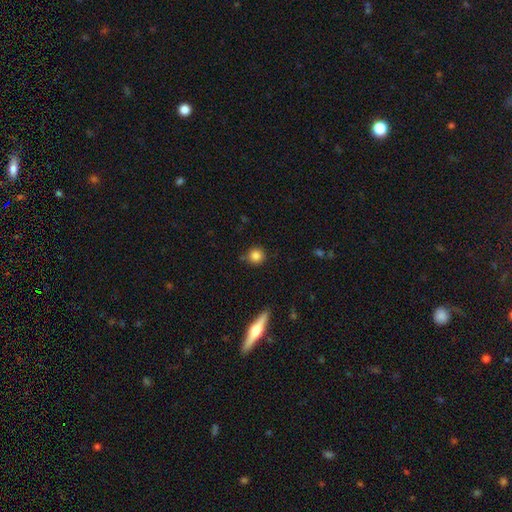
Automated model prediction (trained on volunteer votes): This is clearly a smooth galaxy (84%). How rounded: clearly round (92%). Merging: clearly none (81%).